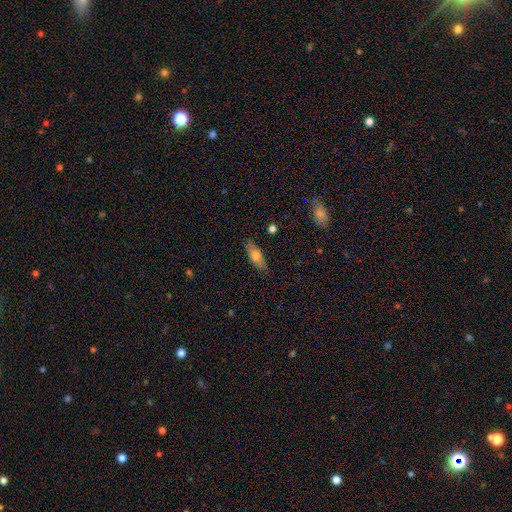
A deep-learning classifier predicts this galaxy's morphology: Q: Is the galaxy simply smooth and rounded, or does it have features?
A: smooth — 67%.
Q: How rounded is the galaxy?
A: in between — 77%.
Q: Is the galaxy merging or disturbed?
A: none — 84%.